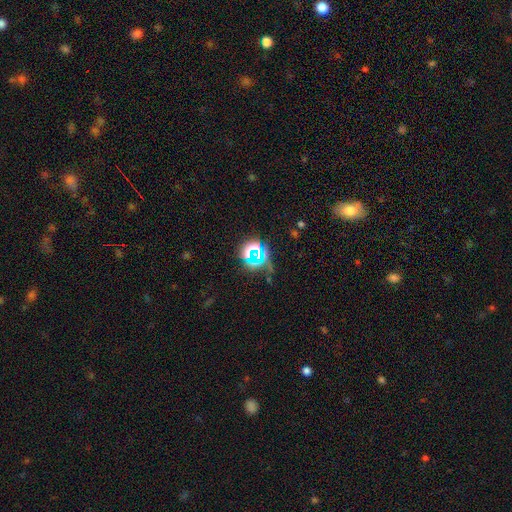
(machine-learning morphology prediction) smooth-or-featured: star or artifact: 70% | smooth: 19% | featured or disk: 11%